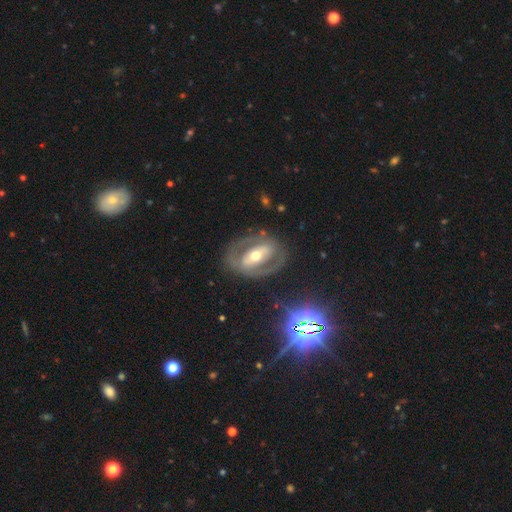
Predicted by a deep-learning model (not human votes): Overall: featured or disk (76%). Edge-on disk: no (93%). Bar: strong (51%; weak 25%). Spiral arms: yes (53%; no 47%). Bulge size: moderate (65%; small 27%). Merging: none (76%).